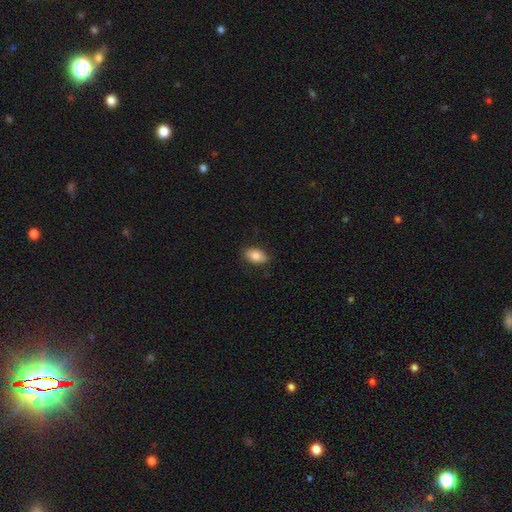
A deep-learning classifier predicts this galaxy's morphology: The model was most divided on "merging": none: 82%, minor disturbance: 14%, major disturbance: 3%, merger: 1%. More confident: how rounded — in between (89%); smooth or featured — smooth (81%).